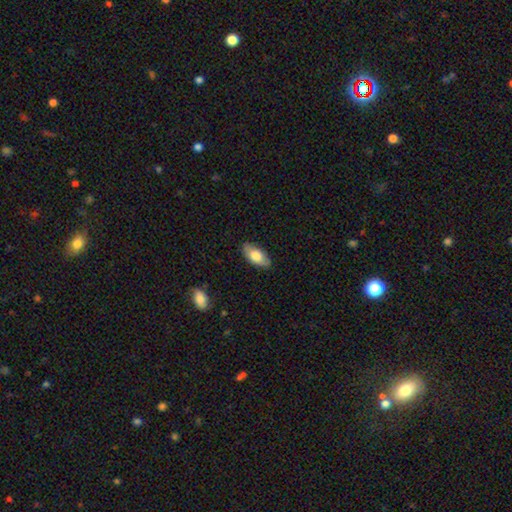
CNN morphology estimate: smooth-or-featured: smooth: 74% | featured or disk: 19% | star or artifact: 6%
  how-rounded: in between: 92% | cigar-shaped: 5% | round: 3%
  merging: none: 82% | minor disturbance: 14% | major disturbance: 2% | merger: 1%